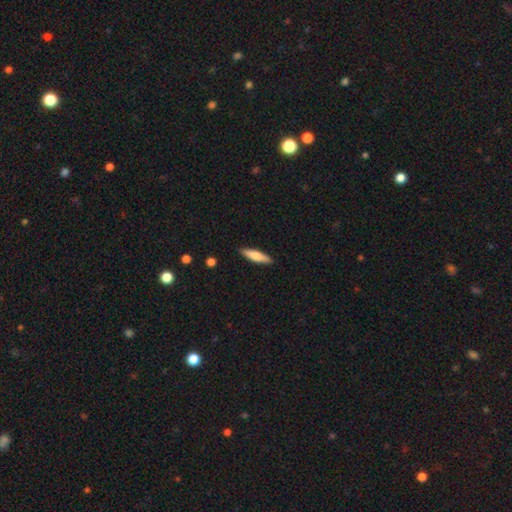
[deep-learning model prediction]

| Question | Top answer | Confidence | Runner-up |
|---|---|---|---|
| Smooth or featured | smooth | 72% | featured or disk (23%) |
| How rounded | cigar-shaped | 73% | in between (26%) |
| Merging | none | 89% | minor disturbance (8%) |